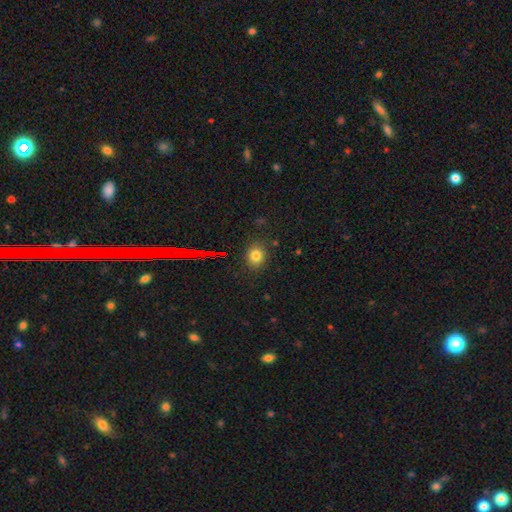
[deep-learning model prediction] smooth 76%, star or artifact 16%, featured or disk 7%. Down the decision tree: how rounded — round (71%); merging — none (85%).